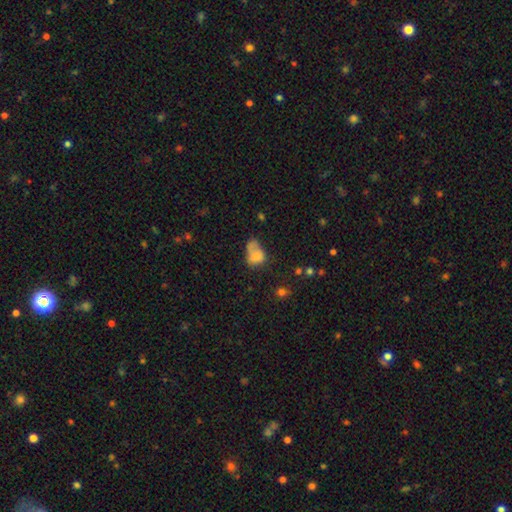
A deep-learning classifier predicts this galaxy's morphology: Smooth or featured? Predicted: smooth (p=0.70). How rounded? Predicted: in between (p=0.76). Merging? Predicted: merger (p=0.27).